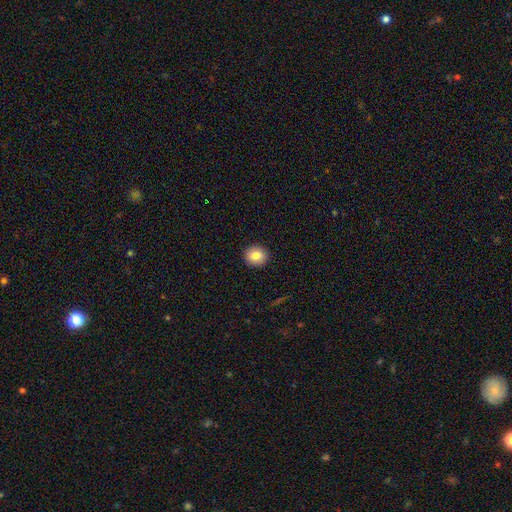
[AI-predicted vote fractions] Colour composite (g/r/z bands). It shows a smooth galaxy with no disk features (82%) that is round (85%). Merging: none (92%).